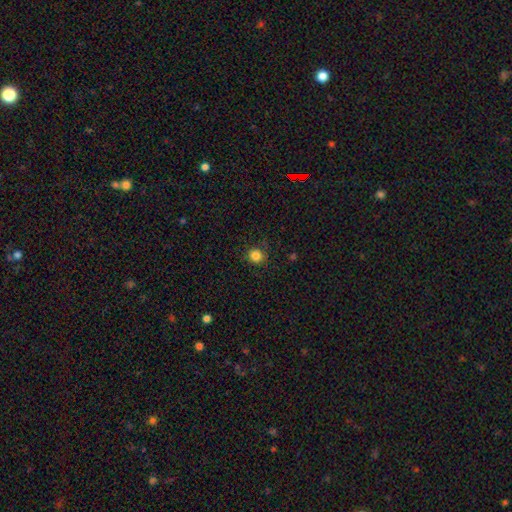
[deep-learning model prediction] Smooth or featured? Predicted: smooth (p=0.84). How rounded? Predicted: round (p=0.89). Merging? Predicted: none (p=0.85).